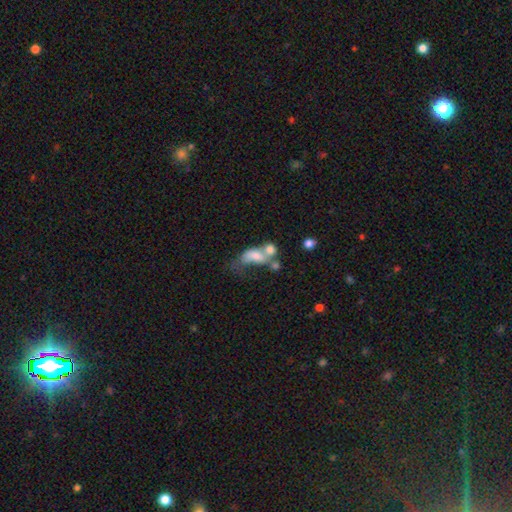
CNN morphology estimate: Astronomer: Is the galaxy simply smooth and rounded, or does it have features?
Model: smooth — 58%.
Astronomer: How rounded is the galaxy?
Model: in between — 75%.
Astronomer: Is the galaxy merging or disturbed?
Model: merger — 60%.